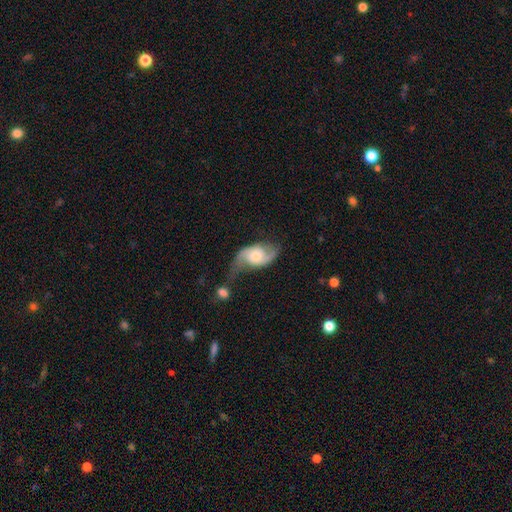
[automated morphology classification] A featured or disk galaxy (77%) with no bar (65%), 2 (87%) loose (55%) spiral arms (93%) and a moderate central bulge (47%).

Vote fractions:
- Smooth or featured? featured or disk: 77% / smooth: 18% / star or artifact: 6%
- Edge-on disk? no: 97% / yes: 3%
- Bar? no: 65% / weak: 29% / strong: 6%
- Spiral arms? yes: 93% / no: 7%
- Spiral winding? loose: 55% / medium: 34% / tight: 11%
- Spiral arm count? 2: 87% / 1: 5% / can't tell: 4% / 3: 1% / 4: 1% / more than 4: 1%
- Bulge size? moderate: 47% / small: 36% / large: 10% / none: 5% / dominant: 2%
- Merging? none: 36% / minor disturbance: 24% / major disturbance: 24% / merger: 17%